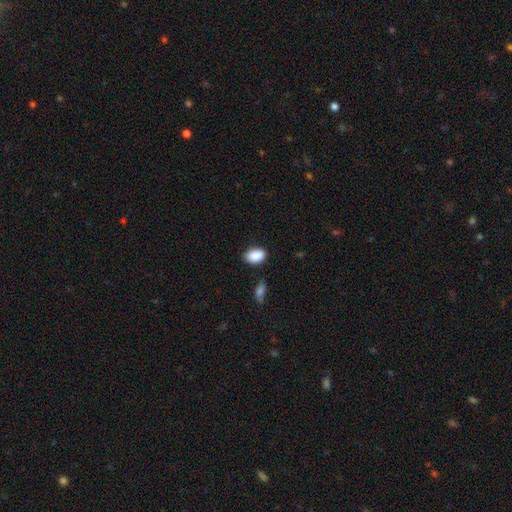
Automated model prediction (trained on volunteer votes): This appears to be a smooth galaxy with no disk features (89%) that is in between round and cigar-shaped (84%). Merging: none (76%).